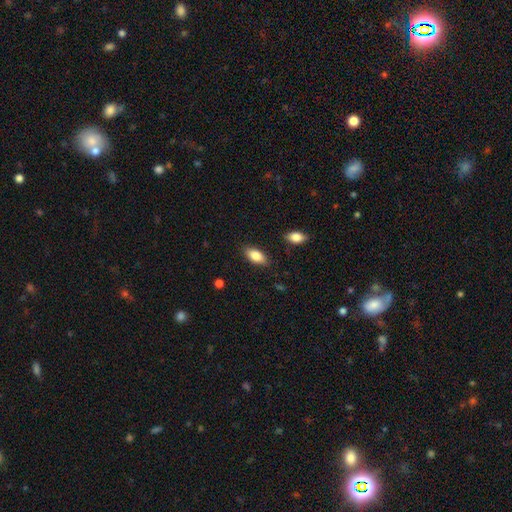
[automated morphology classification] Overall: smooth (84%). How rounded: in between (90%). Merging: none (86%).